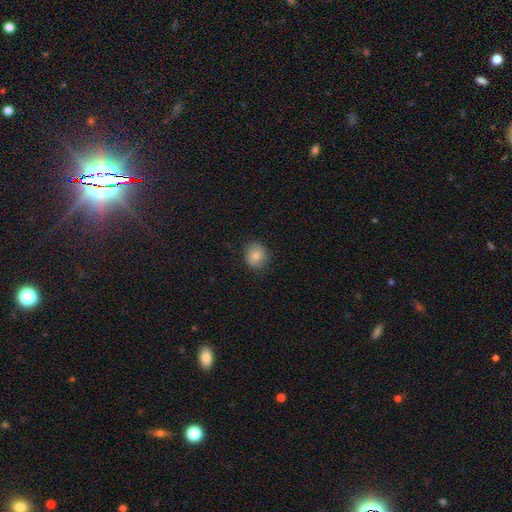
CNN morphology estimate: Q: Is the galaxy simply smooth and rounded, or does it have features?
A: smooth — 82%.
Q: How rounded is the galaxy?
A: round — 78%.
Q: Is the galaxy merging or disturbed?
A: none — 85%.